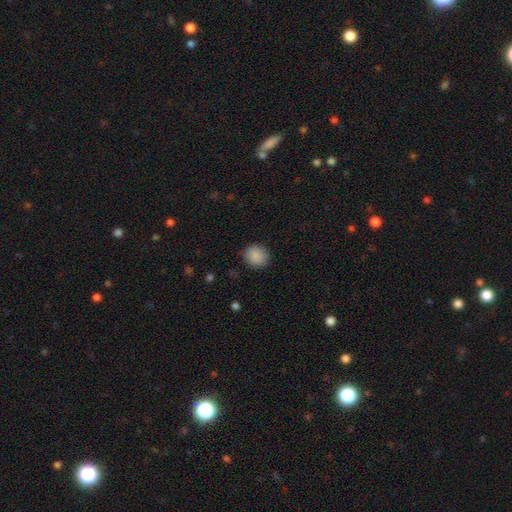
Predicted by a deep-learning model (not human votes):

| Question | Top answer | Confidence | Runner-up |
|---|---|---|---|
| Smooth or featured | smooth | 89% | star or artifact (8%) |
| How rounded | round | 79% | in between (20%) |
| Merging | none | 87% | minor disturbance (9%) |